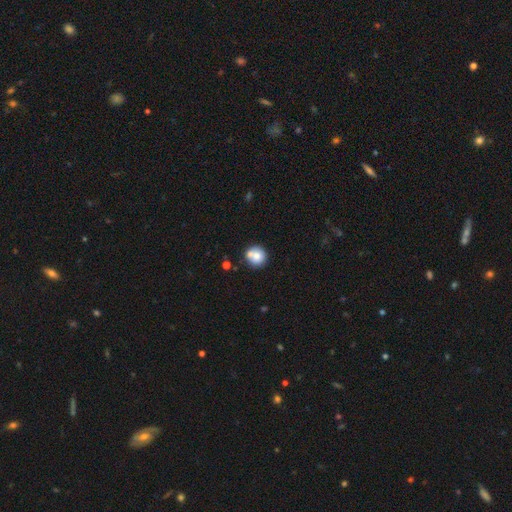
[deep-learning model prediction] Q: Smooth or featured?
A: smooth (74%); runner-up: featured or disk (17%)
Q: How rounded?
A: round (90%); runner-up: in between (9%)
Q: Merging?
A: none (60%); runner-up: merger (26%)